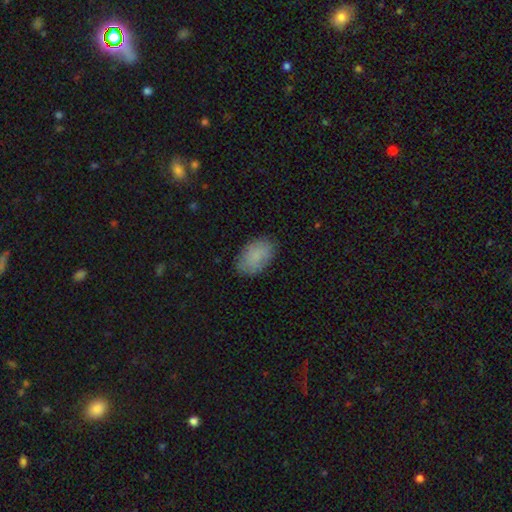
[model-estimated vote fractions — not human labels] smooth_or_featured: smooth (p=0.85) [alt: featured or disk p=0.08]
how_rounded: in between (p=0.91) [alt: round p=0.08]
merging: none (p=0.81) [alt: minor disturbance p=0.14]